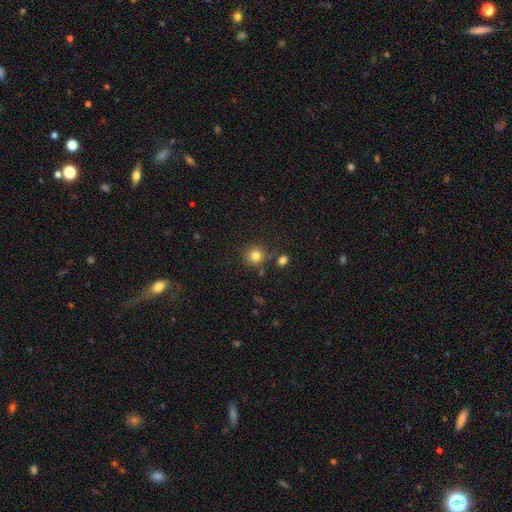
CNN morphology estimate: The model was most divided on "smooth or featured": smooth: 81%, star or artifact: 12%, featured or disk: 6%. More confident: how rounded — round (92%); merging — none (80%).